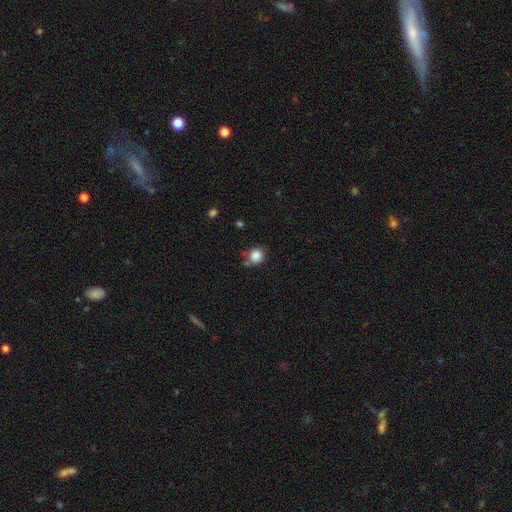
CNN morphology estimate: Smooth or featured? smooth (86%)
How rounded? round (86%)
Merging? none (71%)